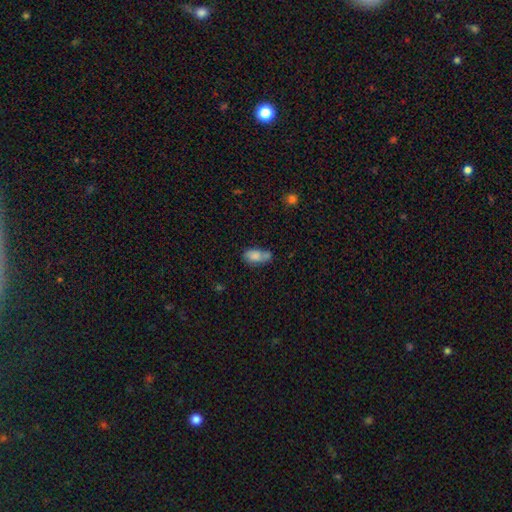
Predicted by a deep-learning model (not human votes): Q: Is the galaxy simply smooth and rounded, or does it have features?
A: smooth — 77%.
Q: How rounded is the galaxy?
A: in between — 89%.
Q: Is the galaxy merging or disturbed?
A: none — 41%.